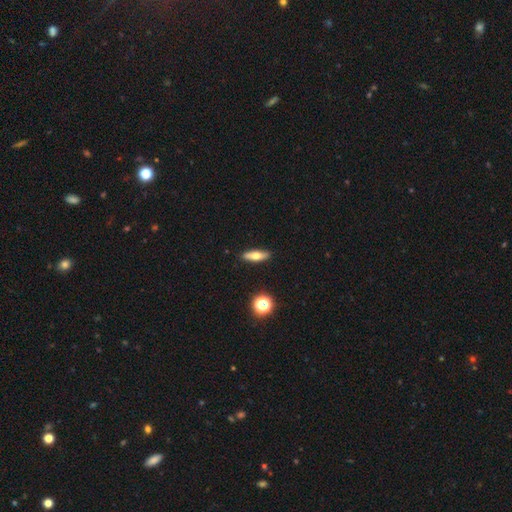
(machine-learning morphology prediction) Overall: smooth (59%; featured or disk 33%). How rounded: cigar-shaped (50%; in between 45%). Merging: none (89%).